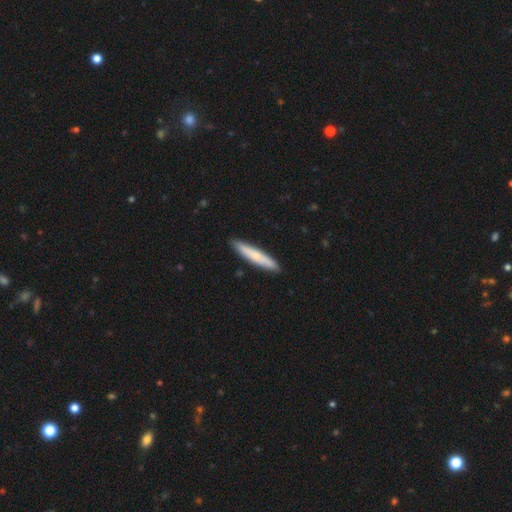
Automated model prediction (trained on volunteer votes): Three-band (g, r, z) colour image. It shows a smooth galaxy with no disk features (66%) that is cigar-shaped (92%). Merging: none (90%).